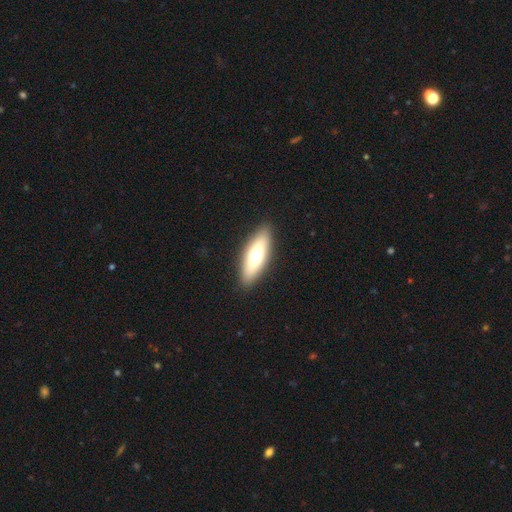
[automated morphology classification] The model was most divided on "how rounded": in between: 54%, cigar-shaped: 44%, round: 2%. More confident: merging — none (89%); smooth or featured — smooth (62%).